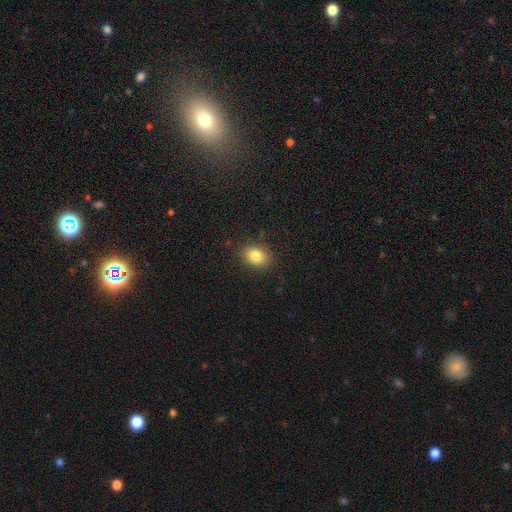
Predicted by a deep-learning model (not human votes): Q: Smooth or featured?
A: smooth (83%); runner-up: star or artifact (10%)
Q: How rounded?
A: in between (69%); runner-up: round (30%)
Q: Merging?
A: none (86%); runner-up: minor disturbance (10%)